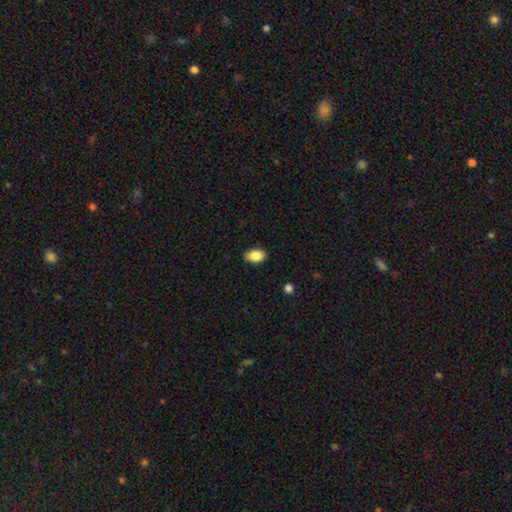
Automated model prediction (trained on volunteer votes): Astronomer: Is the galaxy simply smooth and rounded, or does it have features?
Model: smooth — 86%.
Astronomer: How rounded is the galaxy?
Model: in between — 88%.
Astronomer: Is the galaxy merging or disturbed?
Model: none — 89%.